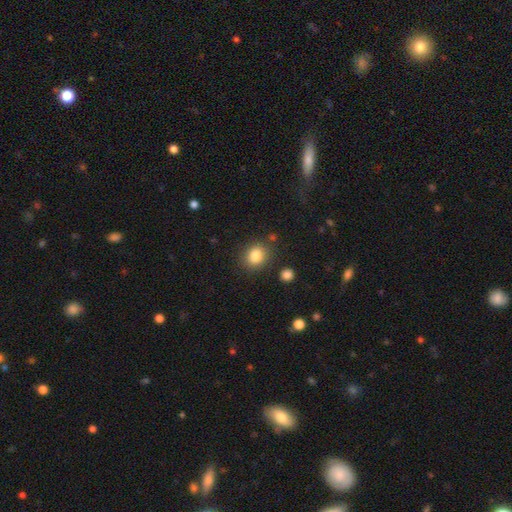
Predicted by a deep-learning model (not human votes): A smooth galaxy with no disk features (84%) that is round (67%).

Vote fractions:
- Smooth or featured? smooth: 84% / star or artifact: 10% / featured or disk: 6%
- How rounded? round: 67% / in between: 32% / cigar-shaped: 1%
- Merging? none: 83% / minor disturbance: 10% / merger: 4% / major disturbance: 3%